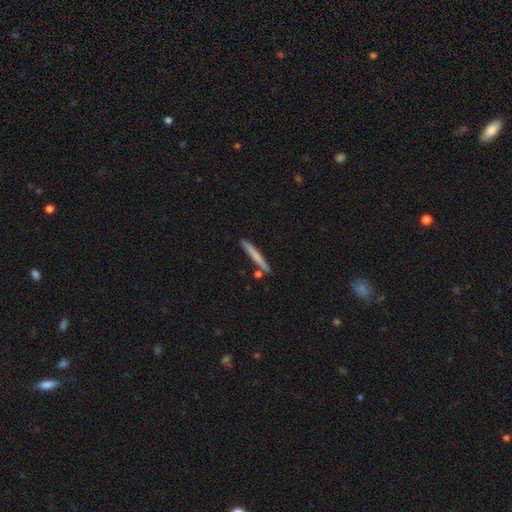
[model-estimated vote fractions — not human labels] smooth-or-featured: smooth: 64% | featured or disk: 30% | star or artifact: 6%
  how-rounded: cigar-shaped: 96% | in between: 2% | round: 1%
  merging: none: 85% | minor disturbance: 9% | merger: 5% | major disturbance: 2%